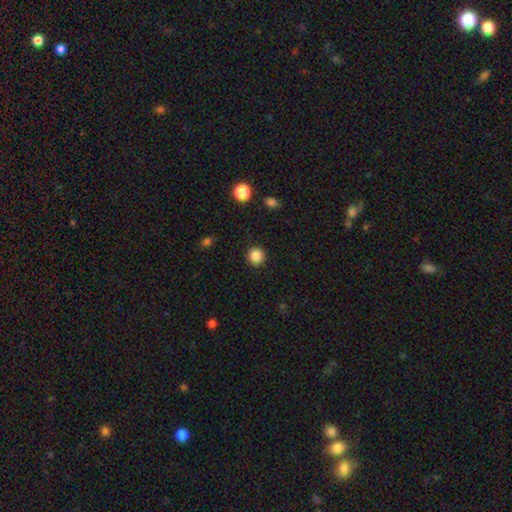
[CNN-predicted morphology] Overall: smooth (86%). How rounded: round (92%). Merging: none (91%).